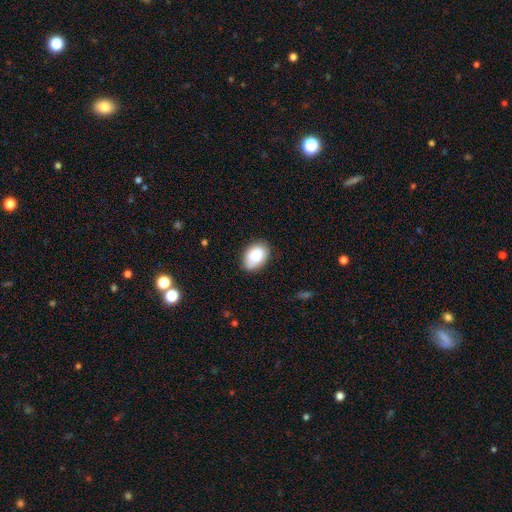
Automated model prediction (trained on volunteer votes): smooth_or_featured: smooth (p=0.84) [alt: featured or disk p=0.08]
how_rounded: in between (p=0.85) [alt: round p=0.14]
merging: none (p=0.77) [alt: minor disturbance p=0.18]